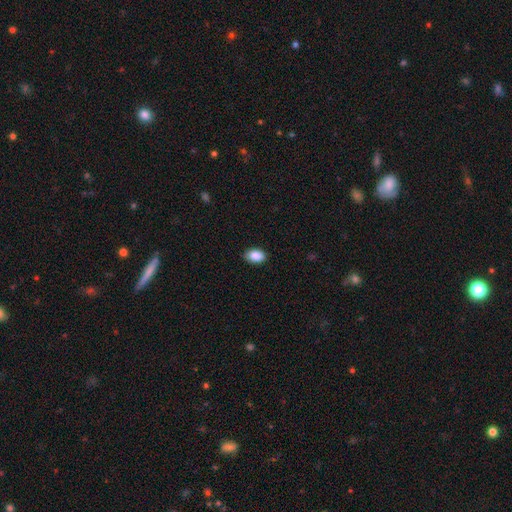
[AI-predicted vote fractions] A smooth galaxy with no disk features (89%) that is in between round and cigar-shaped (89%).

Vote fractions:
- Smooth or featured? smooth: 89% / star or artifact: 7% / featured or disk: 4%
- How rounded? in between: 89% / round: 10% / cigar-shaped: 1%
- Merging? none: 85% / minor disturbance: 12% / major disturbance: 2% / merger: 1%